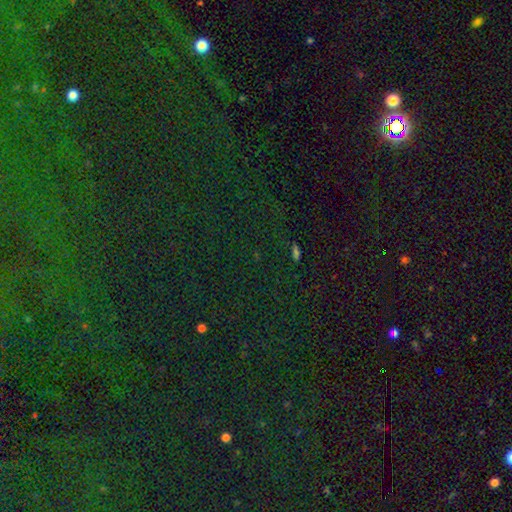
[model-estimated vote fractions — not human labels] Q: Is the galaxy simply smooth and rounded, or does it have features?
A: star or artifact — 82%.